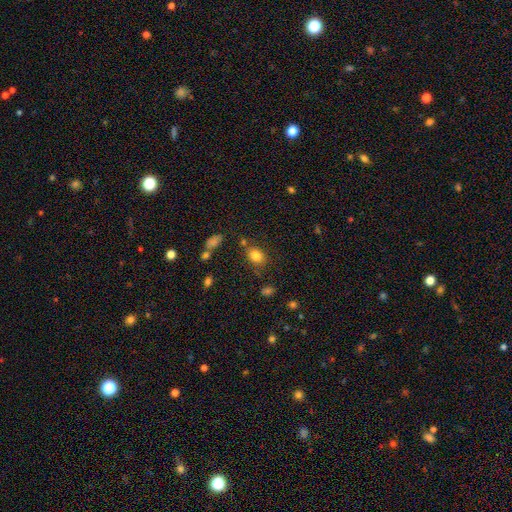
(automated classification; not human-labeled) Smooth or featured? smooth (82%)
How rounded? in between (63%)
Merging? none (73%)